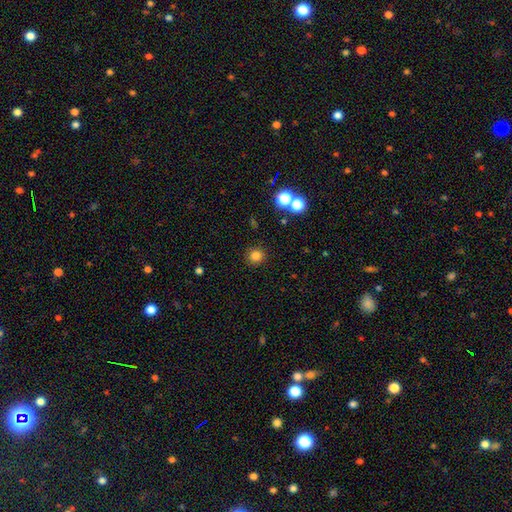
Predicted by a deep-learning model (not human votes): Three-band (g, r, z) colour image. It shows a smooth galaxy with no disk features (80%) that is round (93%). Merging: none (89%).